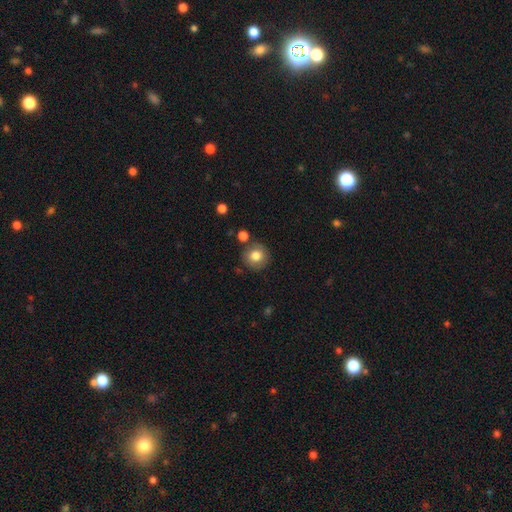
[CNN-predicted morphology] The model was most divided on "smooth or featured": smooth: 78%, featured or disk: 12%, star or artifact: 9%. More confident: how rounded — round (91%); merging — none (81%).